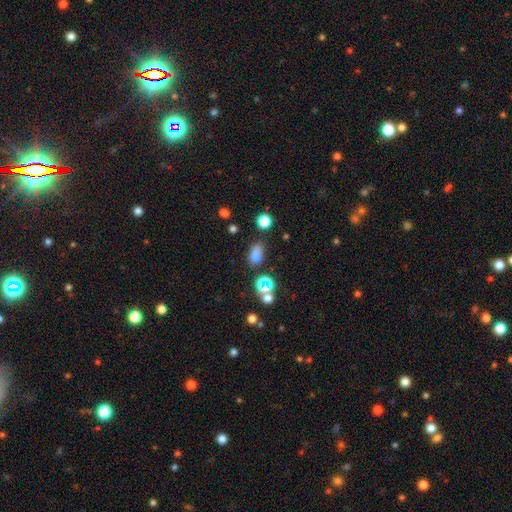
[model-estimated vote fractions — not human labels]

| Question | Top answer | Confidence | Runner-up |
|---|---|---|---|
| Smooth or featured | smooth | 71% | star or artifact (19%) |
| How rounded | in between | 78% | round (19%) |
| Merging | none | 59% | minor disturbance (23%) |